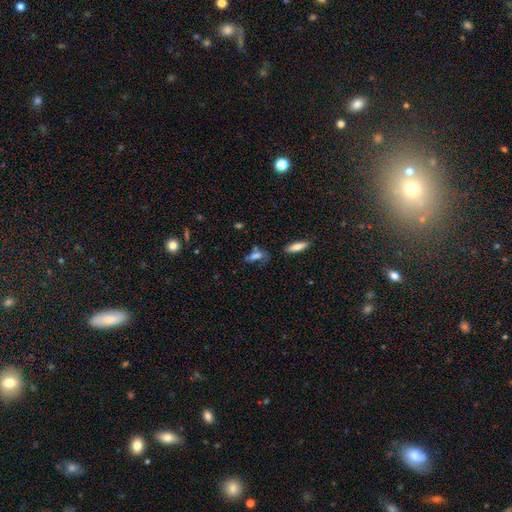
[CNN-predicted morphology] Smooth or featured: smooth — 65% (featured or disk — 21%)
How rounded: in between — 63% (cigar-shaped — 31%)
Merging: none — 46% (minor disturbance — 23%)